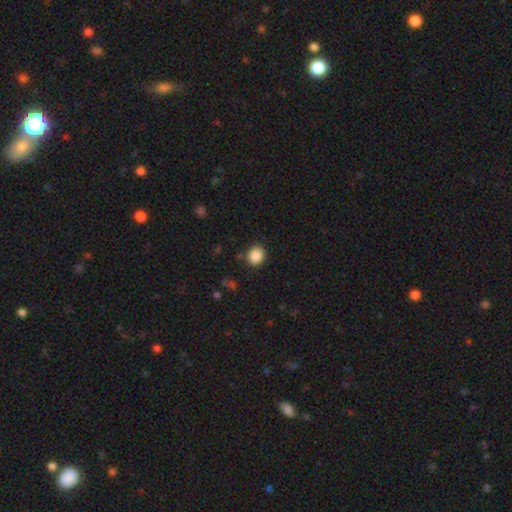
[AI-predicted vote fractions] Smooth or featured: smooth — 88% (star or artifact — 9%)
How rounded: round — 76% (in between — 23%)
Merging: none — 84% (minor disturbance — 10%)